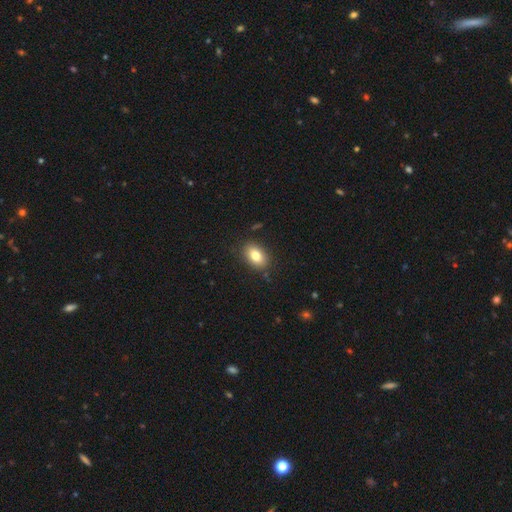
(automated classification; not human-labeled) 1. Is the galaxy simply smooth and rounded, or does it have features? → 81% smooth, 11% featured or disk, 8% star or artifact.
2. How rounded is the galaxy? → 86% in between, 12% round, 2% cigar-shaped.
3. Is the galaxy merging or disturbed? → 86% none, 10% minor disturbance, 3% major disturbance, 1% merger.